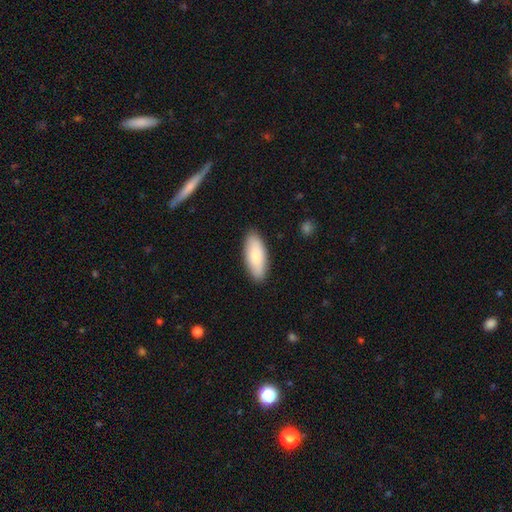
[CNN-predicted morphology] Q: Smooth or featured?
A: smooth (83%); runner-up: featured or disk (12%)
Q: How rounded?
A: in between (80%); runner-up: cigar-shaped (18%)
Q: Merging?
A: none (88%); runner-up: minor disturbance (9%)